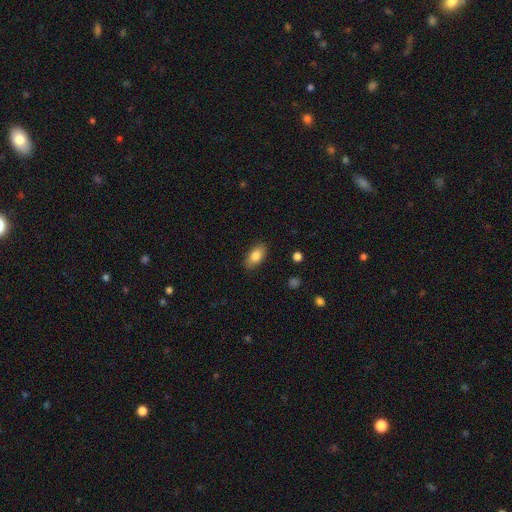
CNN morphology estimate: Smooth or featured?
  - smooth: 83% *
  - featured or disk: 10%
  - star or artifact: 7%
How rounded?
  - in between: 91% *
  - round: 5%
  - cigar-shaped: 4%
Merging?
  - none: 87% *
  - minor disturbance: 9%
  - major disturbance: 2%
  - merger: 1%